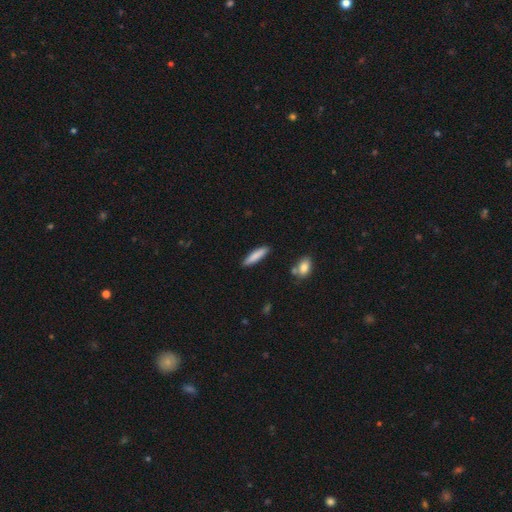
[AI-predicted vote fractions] A smooth galaxy with no disk features (82%) that is cigar-shaped (81%).

Vote fractions:
- Smooth or featured? smooth: 82% / featured or disk: 12% / star or artifact: 6%
- How rounded? cigar-shaped: 81% / in between: 17% / round: 1%
- Merging? none: 87% / minor disturbance: 9% / merger: 2% / major disturbance: 2%